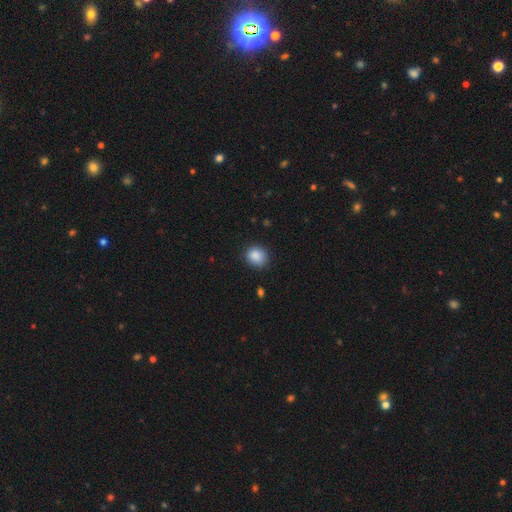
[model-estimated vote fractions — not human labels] This is clearly a smooth galaxy (88%). How rounded: likely round (75%). Merging: clearly none (80%).